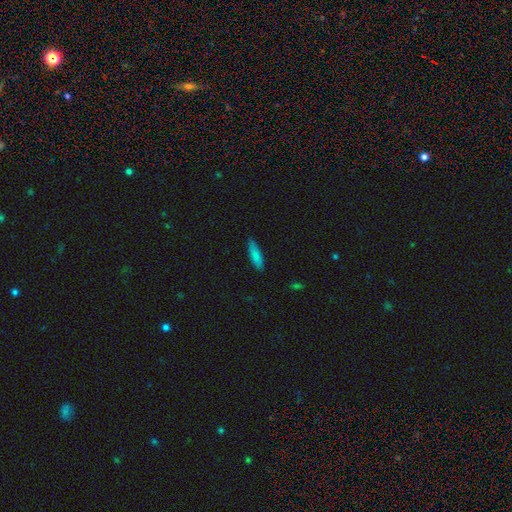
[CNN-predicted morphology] A smooth galaxy with no disk features (83%) that is cigar-shaped (67%). Merging: none (87%).